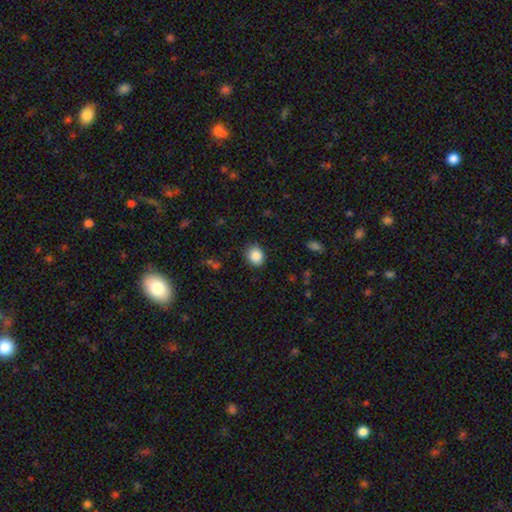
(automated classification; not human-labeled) Smooth or featured? smooth (87%)
How rounded? round (63%)
Merging? none (87%)